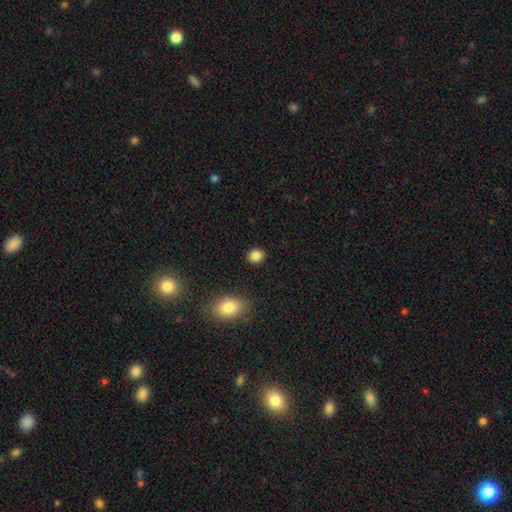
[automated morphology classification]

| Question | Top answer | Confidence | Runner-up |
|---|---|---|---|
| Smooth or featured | smooth | 86% | star or artifact (10%) |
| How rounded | round | 75% | in between (24%) |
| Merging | none | 89% | minor disturbance (7%) |